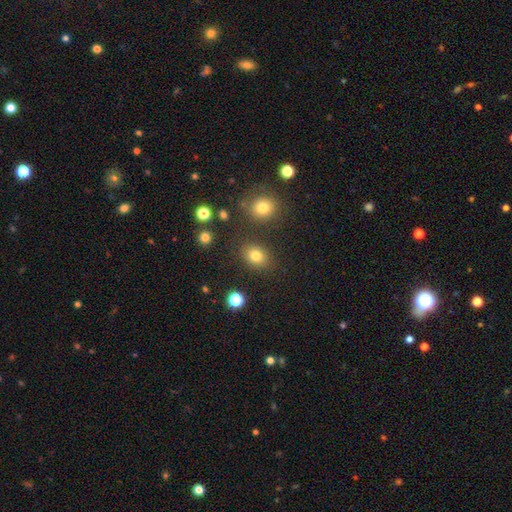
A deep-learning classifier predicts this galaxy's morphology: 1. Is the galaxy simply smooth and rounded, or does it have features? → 80% smooth, 13% star or artifact, 7% featured or disk.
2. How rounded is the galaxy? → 51% in between, 48% round, 1% cigar-shaped.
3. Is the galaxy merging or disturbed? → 83% none, 9% minor disturbance, 4% merger, 4% major disturbance.